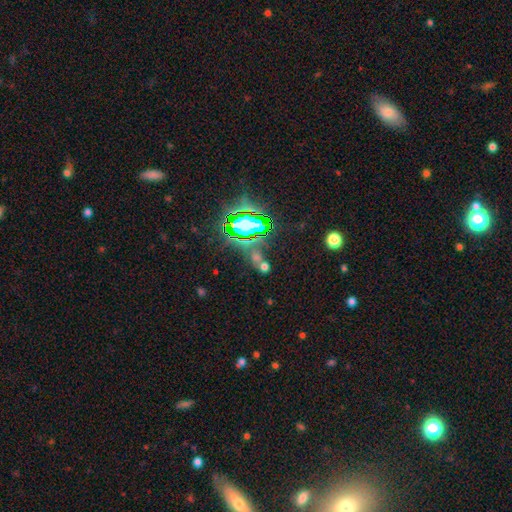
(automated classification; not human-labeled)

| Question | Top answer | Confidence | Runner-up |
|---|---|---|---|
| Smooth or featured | star or artifact | 72% | smooth (18%) |